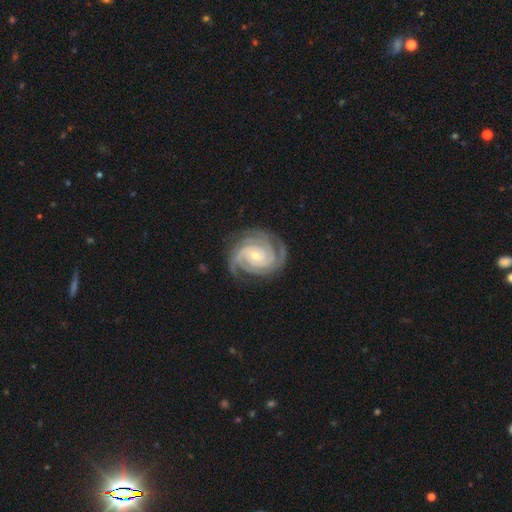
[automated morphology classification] featured or disk 94%, star or artifact 3%, smooth 3%. Down the decision tree: edge-on disk — no (98%); bar — no (55%); spiral arms — yes (99%); spiral arm count — 3 (37%); spiral winding — tight (82%); bulge size — small (55%); merging — none (81%).